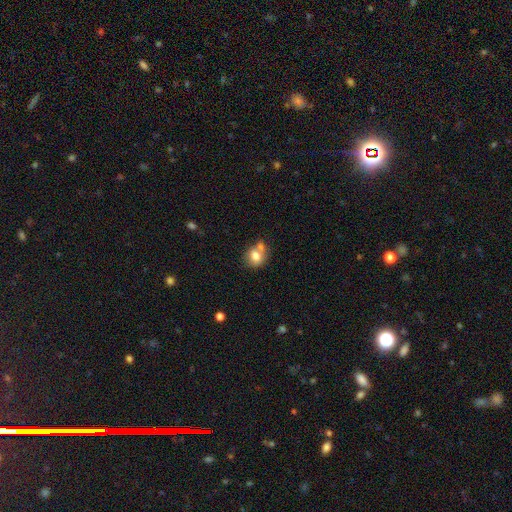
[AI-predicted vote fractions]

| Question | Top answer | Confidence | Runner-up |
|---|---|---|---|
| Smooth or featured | smooth | 76% | featured or disk (15%) |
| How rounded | round | 66% | in between (33%) |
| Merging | none | 45% | merger (37%) |